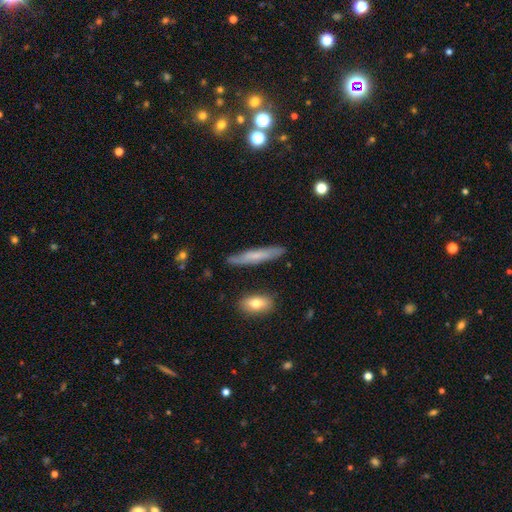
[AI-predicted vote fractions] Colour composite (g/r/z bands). It shows a smooth galaxy with no disk features (54%) that is cigar-shaped (91%). Merging: none (83%).